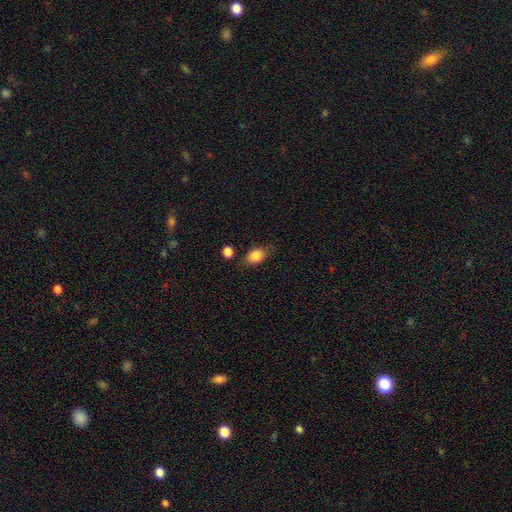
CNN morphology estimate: This appears to be a smooth galaxy with no disk features (82%) that is in between round and cigar-shaped (79%). Merging: none (69%).